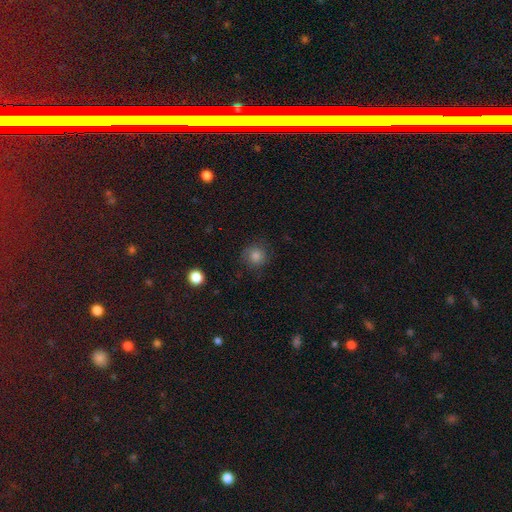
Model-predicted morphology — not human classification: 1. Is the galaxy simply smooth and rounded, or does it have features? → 81% smooth, 12% star or artifact, 7% featured or disk.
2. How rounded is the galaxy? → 91% round, 8% in between, 1% cigar-shaped.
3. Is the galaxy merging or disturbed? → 81% none, 13% minor disturbance, 5% major disturbance, 1% merger.